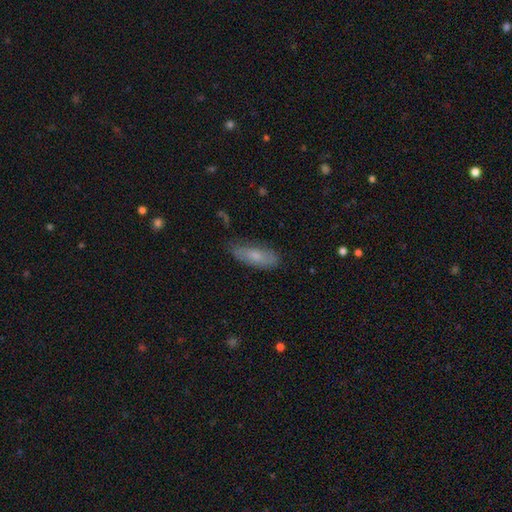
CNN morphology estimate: Smooth or featured?
  - smooth: 64% *
  - featured or disk: 29%
  - star or artifact: 7%
How rounded?
  - in between: 69% *
  - cigar-shaped: 29%
  - round: 2%
Merging?
  - none: 72% *
  - minor disturbance: 22%
  - major disturbance: 4%
  - merger: 2%